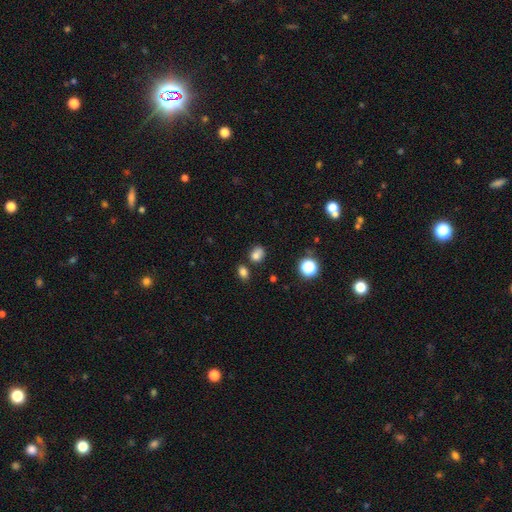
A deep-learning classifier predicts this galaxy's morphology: Smooth or featured? Predicted: smooth (p=0.77). How rounded? Predicted: in between (p=0.52). Merging? Predicted: none (p=0.60).